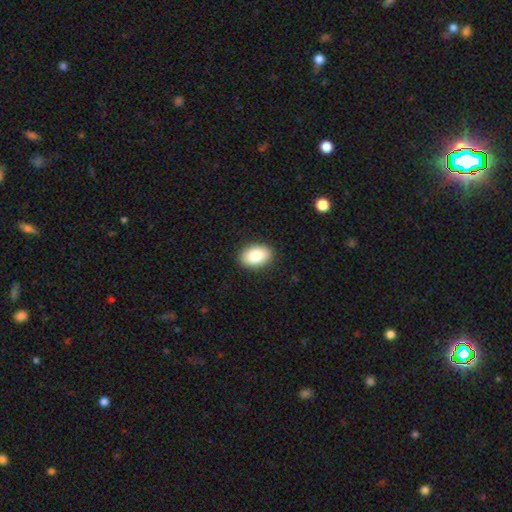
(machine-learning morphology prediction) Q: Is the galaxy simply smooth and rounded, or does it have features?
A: smooth — 86%.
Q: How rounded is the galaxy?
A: in between — 88%.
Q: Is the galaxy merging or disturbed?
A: none — 90%.